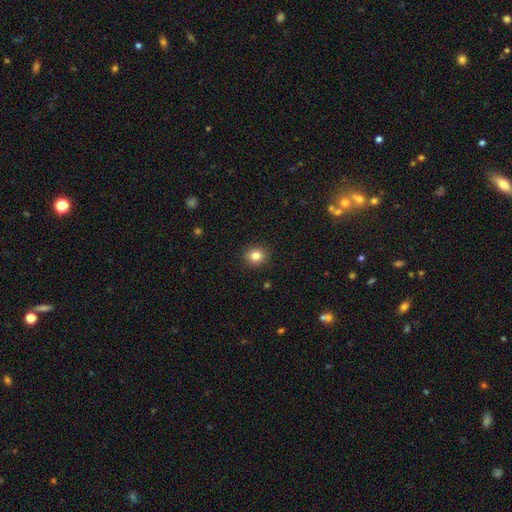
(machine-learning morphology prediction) Smooth or featured? smooth (83%)
How rounded? round (81%)
Merging? none (91%)